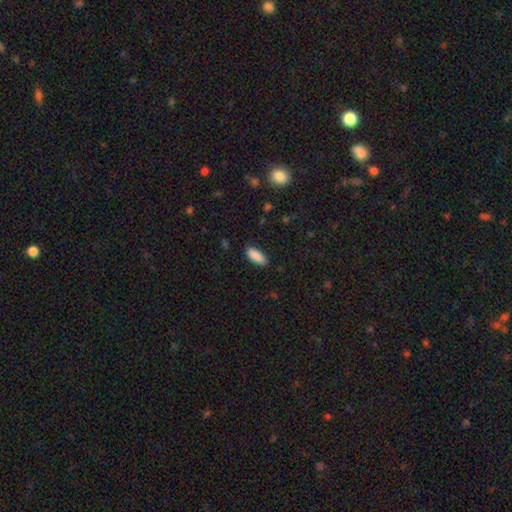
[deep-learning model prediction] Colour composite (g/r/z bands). It shows a smooth galaxy with no disk features (90%) that is in between round and cigar-shaped (81%). Merging: none (87%).